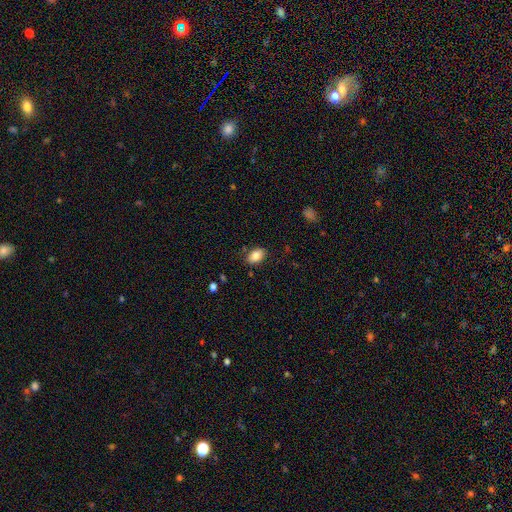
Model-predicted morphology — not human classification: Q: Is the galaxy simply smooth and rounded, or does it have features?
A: smooth — 84%.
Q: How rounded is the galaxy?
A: in between — 89%.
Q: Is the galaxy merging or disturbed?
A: none — 83%.